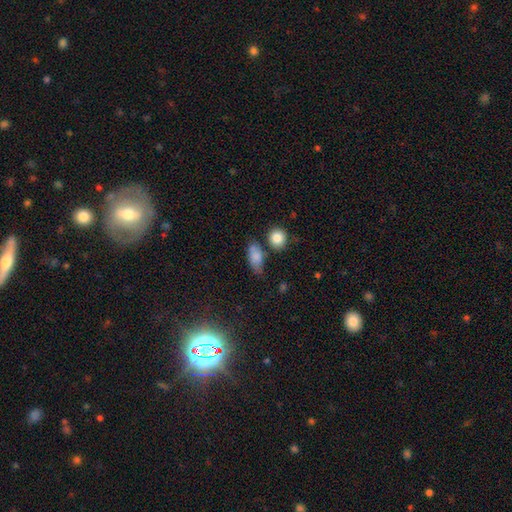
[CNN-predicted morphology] The model was most divided on "merging": none: 59%, minor disturbance: 24%, merger: 10%, major disturbance: 7%. More confident: how rounded — in between (82%); smooth or featured — smooth (81%).